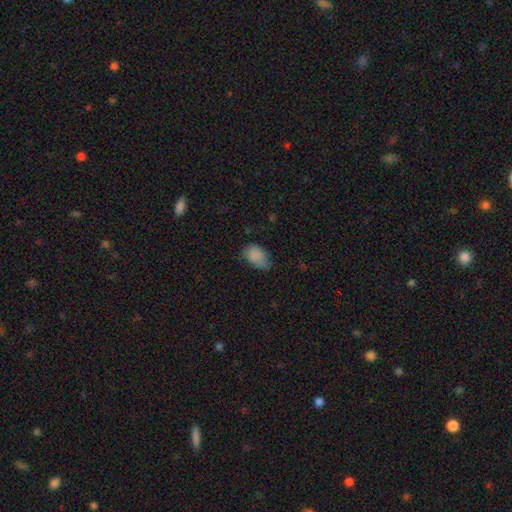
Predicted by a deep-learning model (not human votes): smooth 84%, star or artifact 9%, featured or disk 7%. Down the decision tree: how rounded — in between (88%); merging — none (55%).